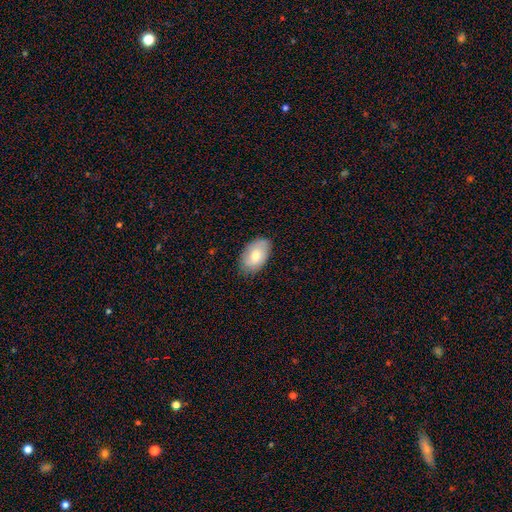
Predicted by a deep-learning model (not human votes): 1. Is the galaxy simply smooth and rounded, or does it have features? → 70% smooth, 24% featured or disk, 7% star or artifact.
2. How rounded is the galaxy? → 92% in between, 7% round, 1% cigar-shaped.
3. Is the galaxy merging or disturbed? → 80% none, 16% minor disturbance, 3% major disturbance, 1% merger.